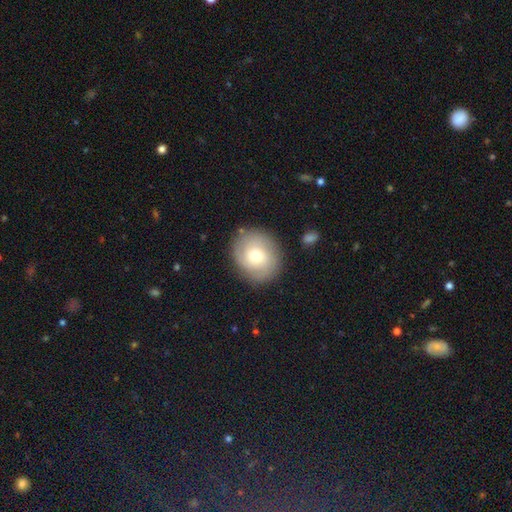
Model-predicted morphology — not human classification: Smooth or featured?
  - smooth: 50% *
  - featured or disk: 42%
  - star or artifact: 8%
How rounded?
  - round: 71% *
  - in between: 28%
  - cigar-shaped: 1%
Merging?
  - none: 83% *
  - minor disturbance: 11%
  - major disturbance: 4%
  - merger: 2%